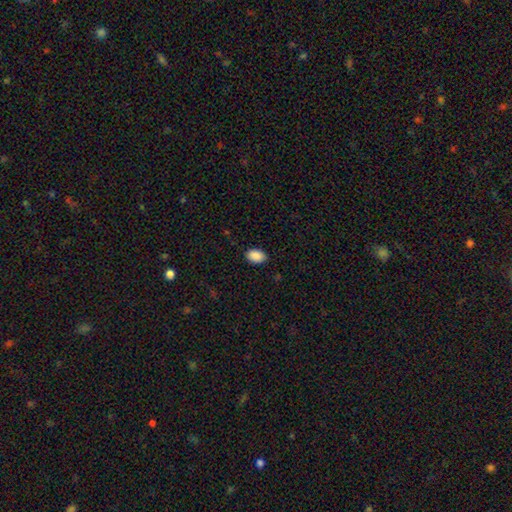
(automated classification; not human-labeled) The model was most divided on "how rounded": in between: 87%, round: 12%, cigar-shaped: 1%. More confident: smooth or featured — smooth (90%); merging — none (87%).